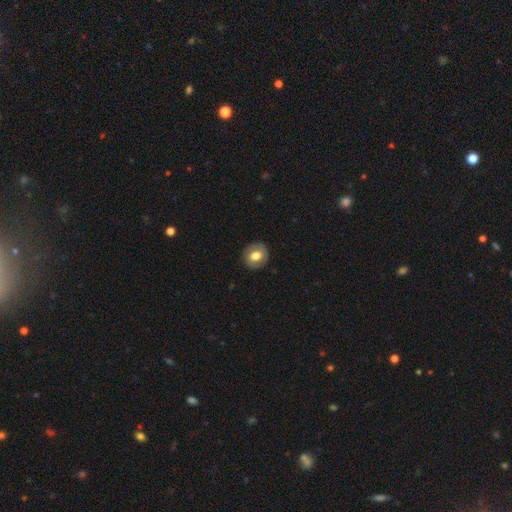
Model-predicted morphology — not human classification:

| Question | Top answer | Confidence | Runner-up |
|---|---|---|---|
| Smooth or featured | smooth | 67% | featured or disk (26%) |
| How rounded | round | 75% | in between (24%) |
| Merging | none | 86% | minor disturbance (10%) |